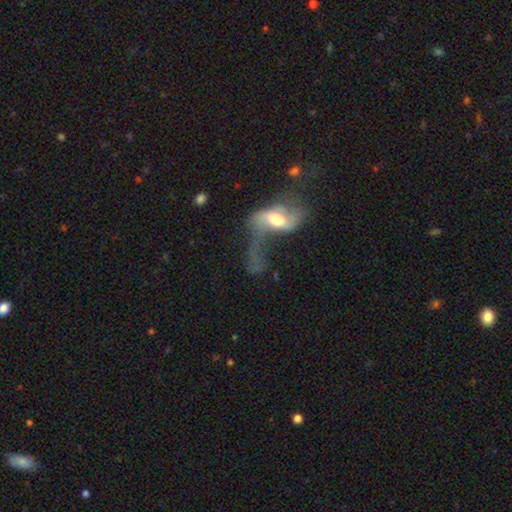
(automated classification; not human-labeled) Smooth or featured? featured or disk (66%)
Edge-on disk? no (89%)
Bar? no (46%)
Spiral arms? yes (70%)
Bulge size? moderate (59%)
Merging? major disturbance (48%)